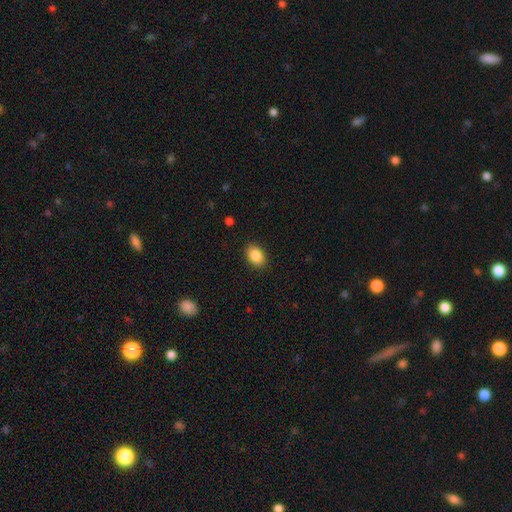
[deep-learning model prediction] A smooth galaxy with no disk features (88%) that is in between round and cigar-shaped (81%). Merging: none (89%).